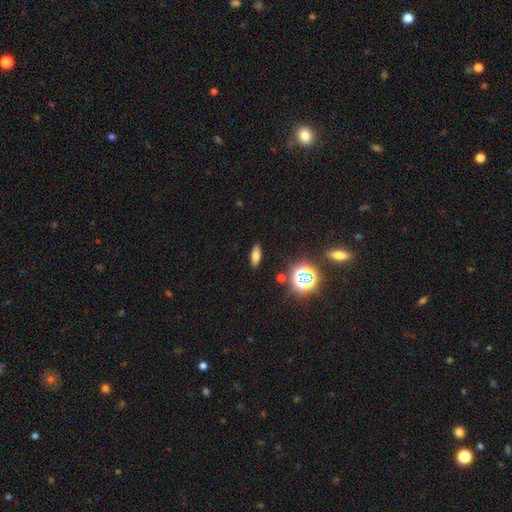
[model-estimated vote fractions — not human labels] Overall: smooth (66%). How rounded: in between (69%). Merging: none (89%).